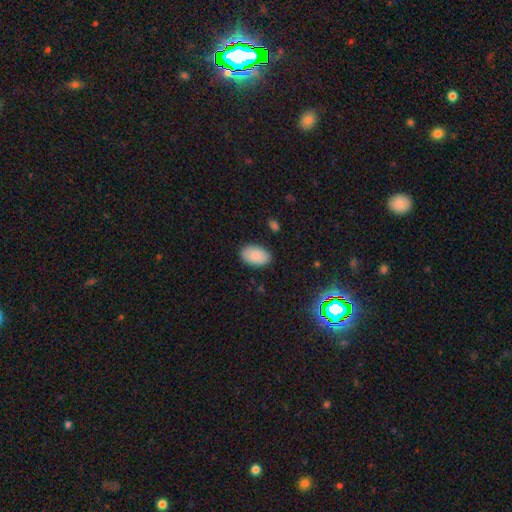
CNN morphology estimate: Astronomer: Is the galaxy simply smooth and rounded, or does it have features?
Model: smooth — 87%.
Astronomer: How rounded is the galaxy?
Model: in between — 93%.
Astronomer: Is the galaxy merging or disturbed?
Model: none — 86%.